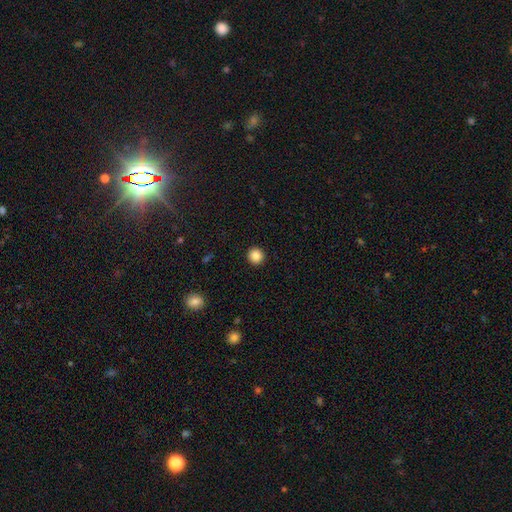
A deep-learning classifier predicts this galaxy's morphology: Overall: smooth (86%). How rounded: round (94%). Merging: none (93%).